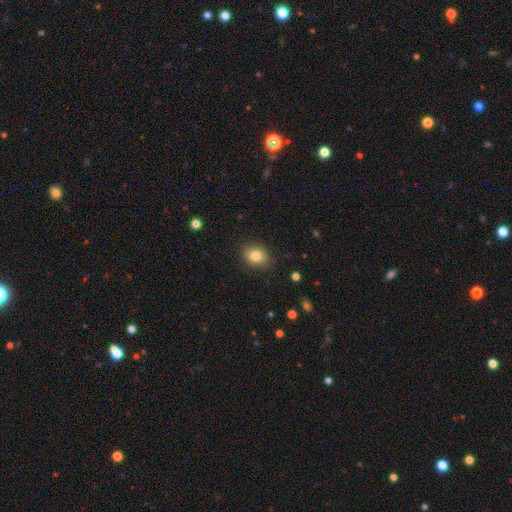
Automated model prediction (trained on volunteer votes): smooth_or_featured: smooth (p=0.81) [alt: star or artifact p=0.10]
how_rounded: round (p=0.53) [alt: in between p=0.46]
merging: none (p=0.87) [alt: minor disturbance p=0.10]